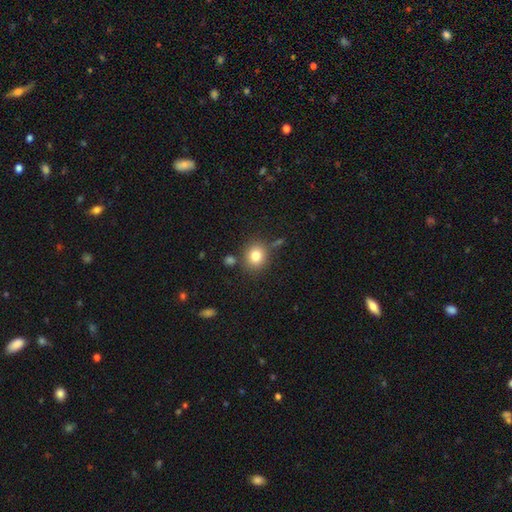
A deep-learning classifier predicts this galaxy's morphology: Q: Smooth or featured?
A: smooth (81%); runner-up: star or artifact (11%)
Q: How rounded?
A: round (74%); runner-up: in between (25%)
Q: Merging?
A: none (77%); runner-up: minor disturbance (11%)